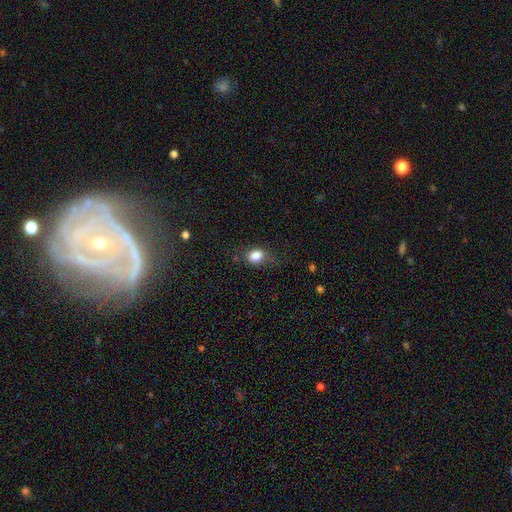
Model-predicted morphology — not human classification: Smooth or featured: smooth — 84% (star or artifact — 10%)
How rounded: in between — 65% (round — 33%)
Merging: none — 62% (minor disturbance — 26%)